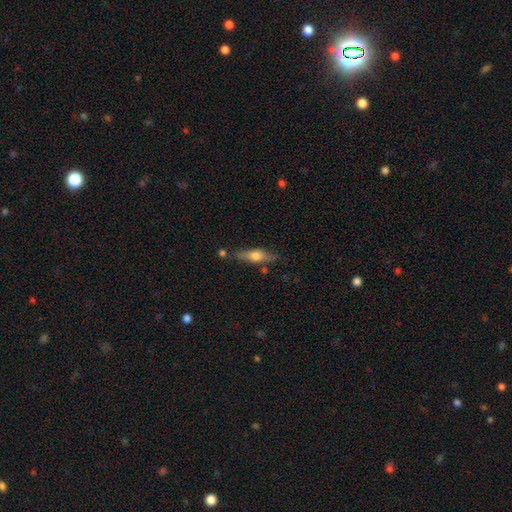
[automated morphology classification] type=smooth (47%, tied with featured or disk); merging=none (75%).